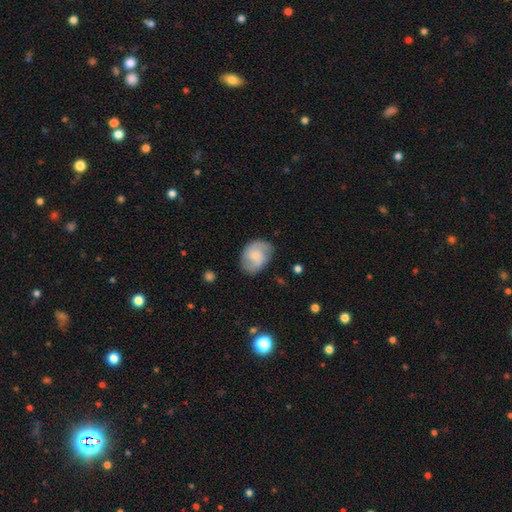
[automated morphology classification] featured or disk 48%, smooth 45%, star or artifact 7%. Down the decision tree: merging — none (75%).